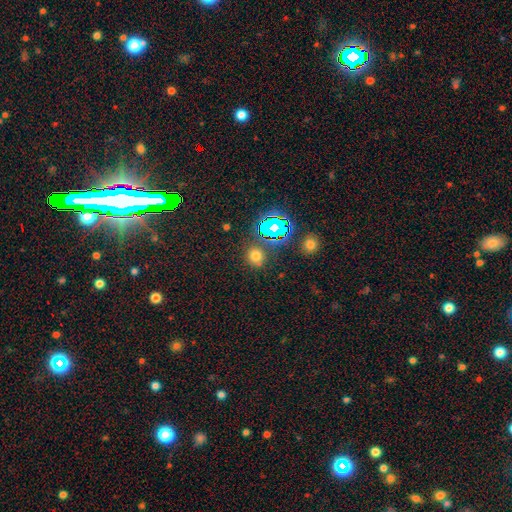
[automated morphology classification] type=smooth (66%); roundness=round (85%); merging=none (84%).